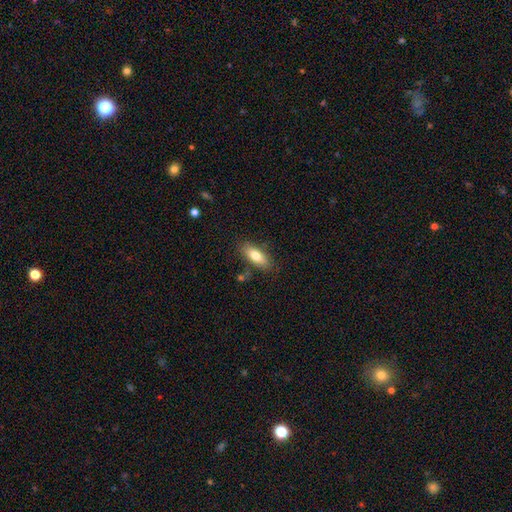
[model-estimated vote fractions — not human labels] Morphology: type=smooth (77%); roundness=in between (77%); merging=none (80%).